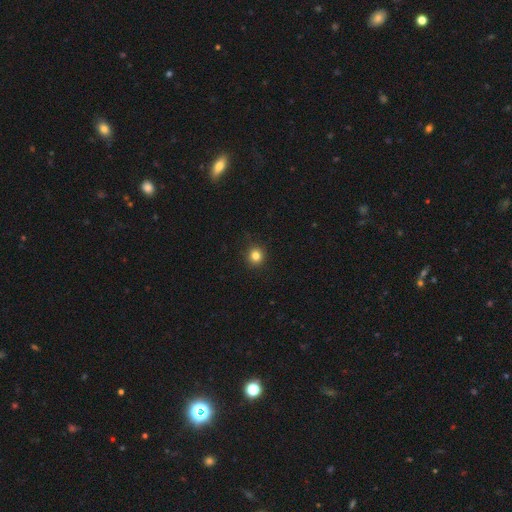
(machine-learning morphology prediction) Smooth or featured? Predicted: smooth (p=0.82). How rounded? Predicted: round (p=0.92). Merging? Predicted: none (p=0.90).